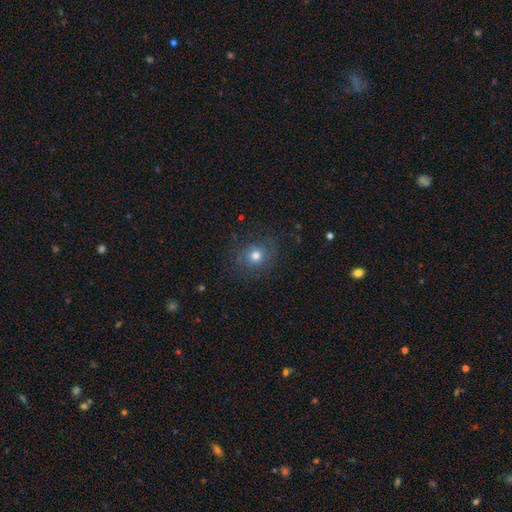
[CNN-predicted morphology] Overall: smooth (73%). How rounded: round (81%). Merging: none (81%).